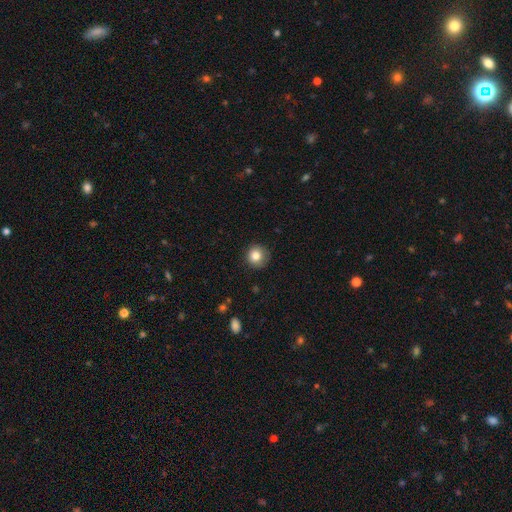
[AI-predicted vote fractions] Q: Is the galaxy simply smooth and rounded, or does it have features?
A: smooth — 82%.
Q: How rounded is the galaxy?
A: round — 92%.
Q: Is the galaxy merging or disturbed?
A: none — 86%.